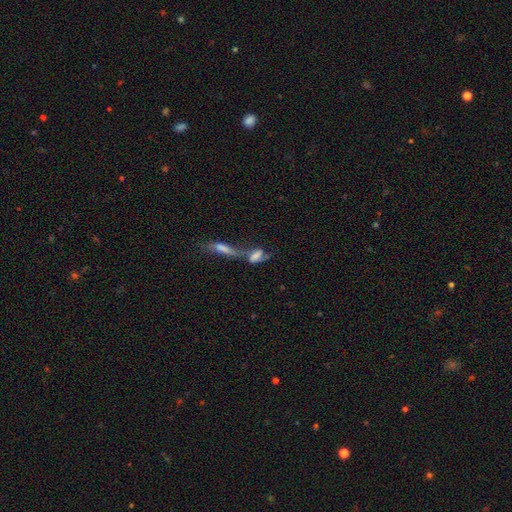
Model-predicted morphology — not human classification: This appears to be a smooth galaxy with no disk features (56%) that is in between round and cigar-shaped (59%). Merging: merger (71%).